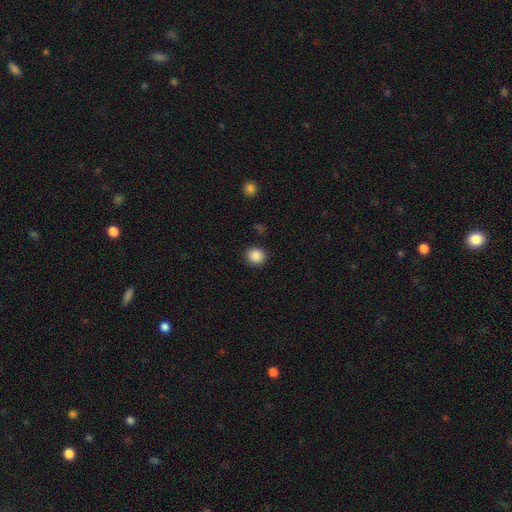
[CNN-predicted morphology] This appears to be a smooth galaxy with no disk features (88%) that is round (85%). Merging: none (90%).